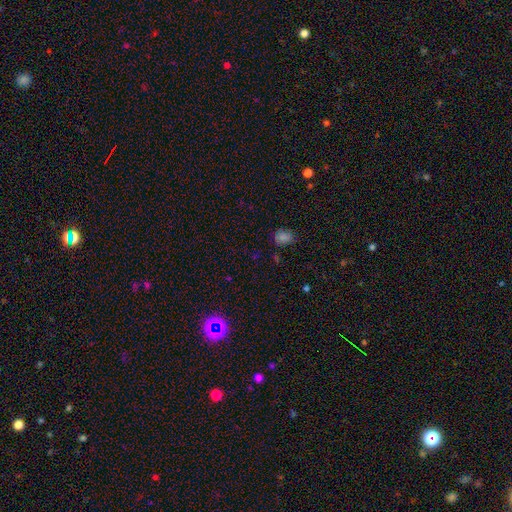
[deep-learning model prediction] The model was most divided on "smooth or featured": star or artifact: 46%, smooth: 45%, featured or disk: 8%.